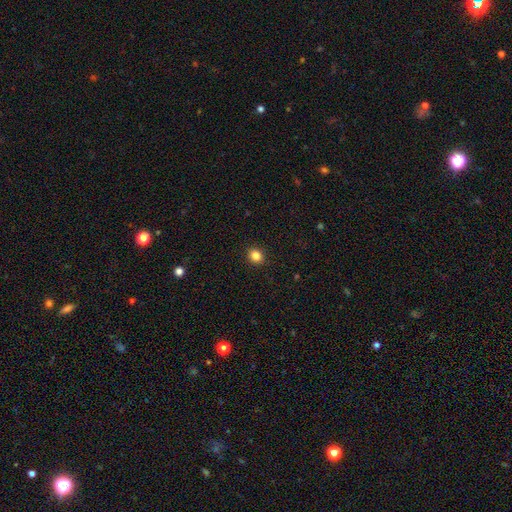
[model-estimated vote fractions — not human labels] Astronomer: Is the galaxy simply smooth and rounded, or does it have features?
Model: smooth — 84%.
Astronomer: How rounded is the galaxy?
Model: round — 75%.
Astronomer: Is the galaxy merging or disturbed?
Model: none — 92%.